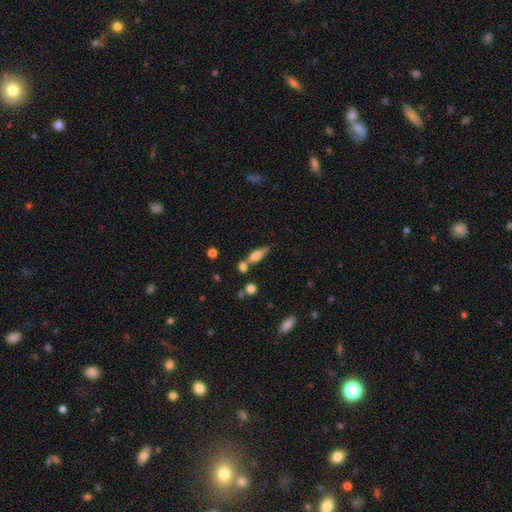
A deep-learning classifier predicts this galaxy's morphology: type=smooth (48%); merging=none (59%).